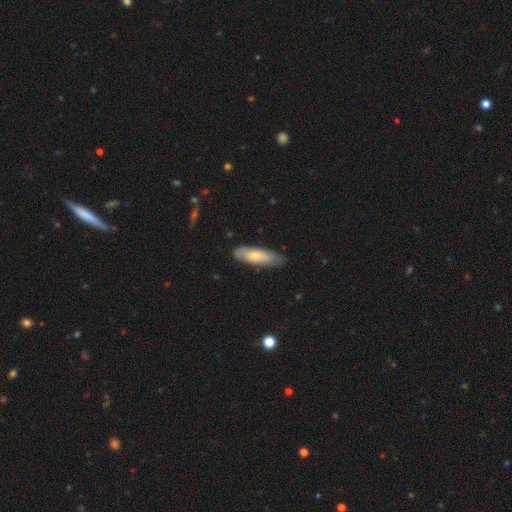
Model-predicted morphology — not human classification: Smooth or featured: smooth — 65% (featured or disk — 30%)
How rounded: in between — 50% (cigar-shaped — 48%)
Merging: none — 76% (minor disturbance — 19%)